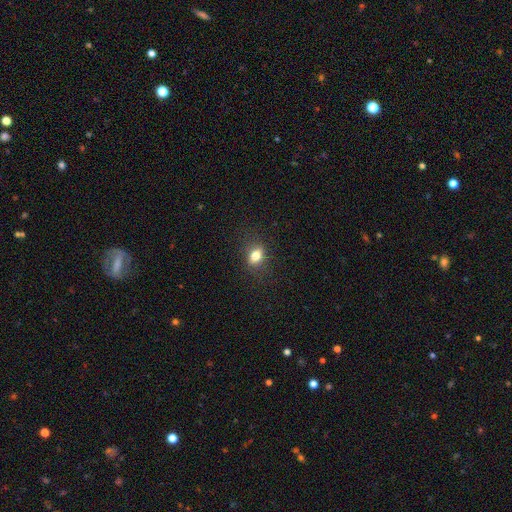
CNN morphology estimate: Smooth or featured: smooth — 78% (star or artifact — 11%)
How rounded: in between — 73% (round — 23%)
Merging: none — 82% (minor disturbance — 13%)